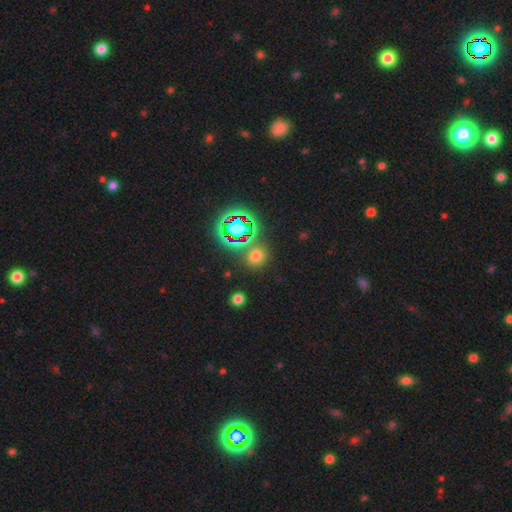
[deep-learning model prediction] This is possibly a smooth galaxy (58%). How rounded: clearly round (83%). Merging: likely none (78%).